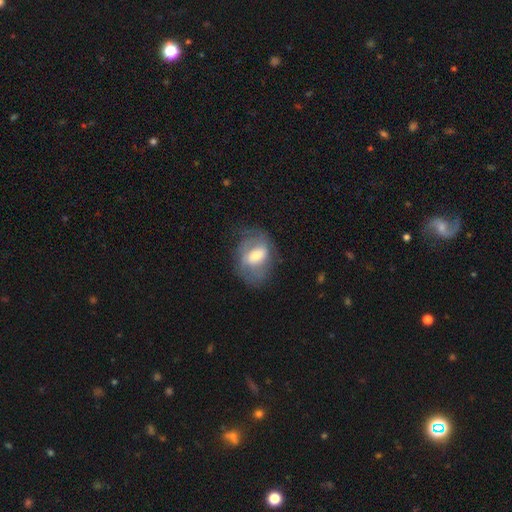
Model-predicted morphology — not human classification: A featured or disk galaxy (53%). Merging: none (60%).